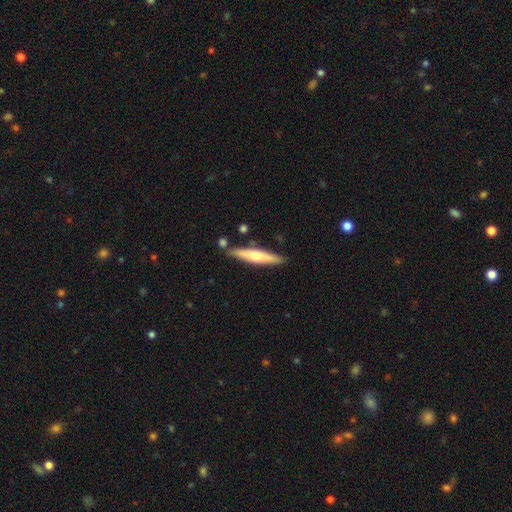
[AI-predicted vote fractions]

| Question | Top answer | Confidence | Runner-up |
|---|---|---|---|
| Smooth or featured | featured or disk | 49% | smooth (46%) |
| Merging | none | 80% | minor disturbance (12%) |